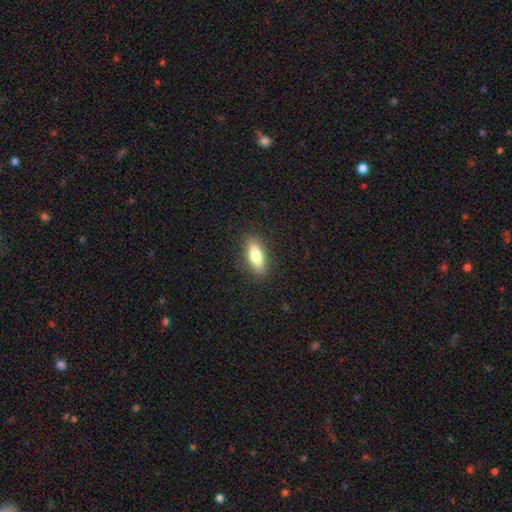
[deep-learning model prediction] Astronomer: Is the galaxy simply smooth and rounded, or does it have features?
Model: smooth — 73%.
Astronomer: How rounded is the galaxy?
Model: in between — 64%.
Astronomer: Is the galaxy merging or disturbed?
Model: none — 87%.